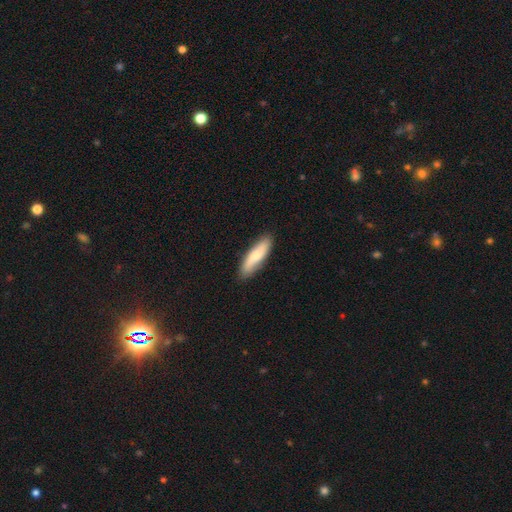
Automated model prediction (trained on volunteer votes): Smooth or featured? Predicted: smooth (p=0.73). How rounded? Predicted: cigar-shaped (p=0.57). Merging? Predicted: none (p=0.84).